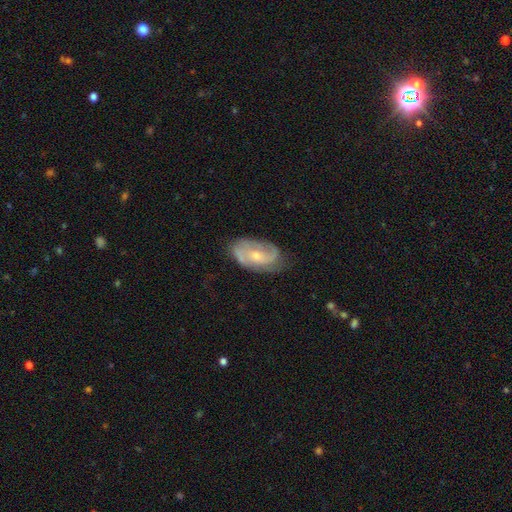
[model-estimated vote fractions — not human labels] This is likely a featured or disk galaxy (76%). It is clearly not viewed edge-on (95%). Bar: likely no (63%). Spiral arm pattern: clearly yes (91%). Spiral arm count: likely 2 (61%). Spiral winding: marginally medium (44%). Central bulge: possibly small (52%). Merging: likely none (64%).